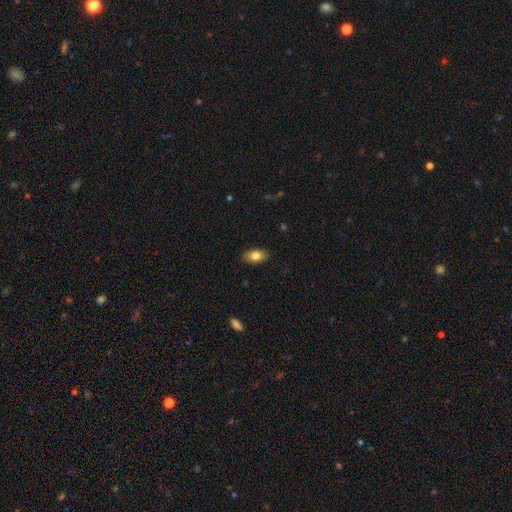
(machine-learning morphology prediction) Smooth or featured?
  - smooth: 81% *
  - featured or disk: 12%
  - star or artifact: 7%
How rounded?
  - in between: 91% *
  - round: 6%
  - cigar-shaped: 3%
Merging?
  - none: 88% *
  - minor disturbance: 9%
  - major disturbance: 2%
  - merger: 1%